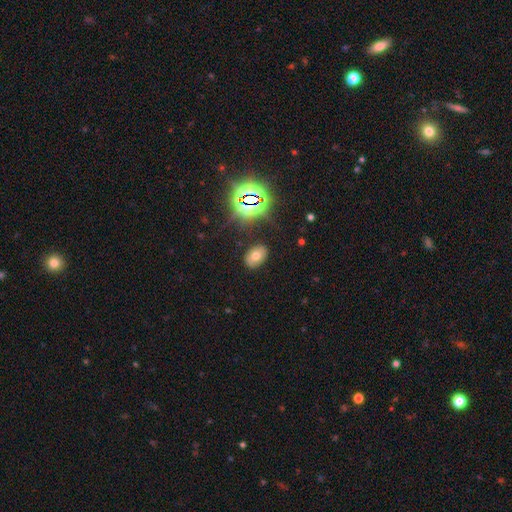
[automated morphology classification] smooth-or-featured: smooth: 59% | star or artifact: 24% | featured or disk: 17%
  how-rounded: in between: 84% | round: 15% | cigar-shaped: 1%
  merging: none: 85% | minor disturbance: 10% | major disturbance: 3% | merger: 2%